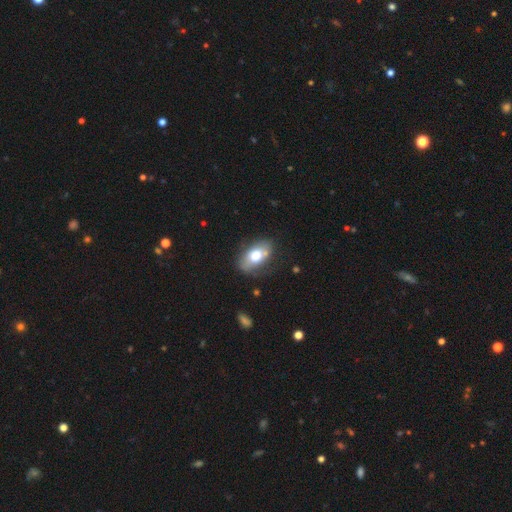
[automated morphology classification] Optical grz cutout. It shows a smooth galaxy with no disk features (64%) that is in between round and cigar-shaped (87%). Merging: none (71%).